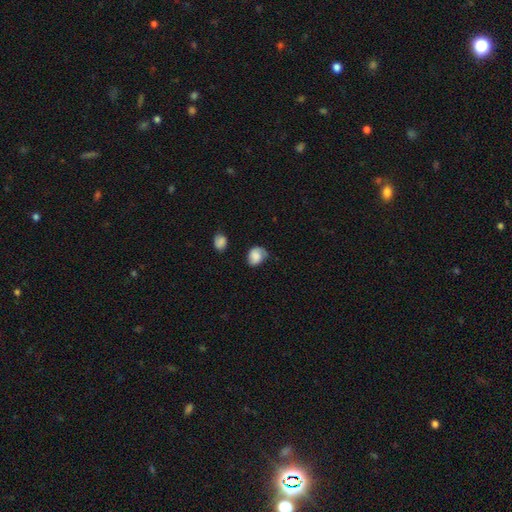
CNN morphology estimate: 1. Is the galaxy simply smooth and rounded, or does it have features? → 70% smooth, 22% featured or disk, 8% star or artifact.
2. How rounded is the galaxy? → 57% in between, 42% round, 1% cigar-shaped.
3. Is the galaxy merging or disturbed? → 49% none, 36% minor disturbance, 13% major disturbance, 3% merger.